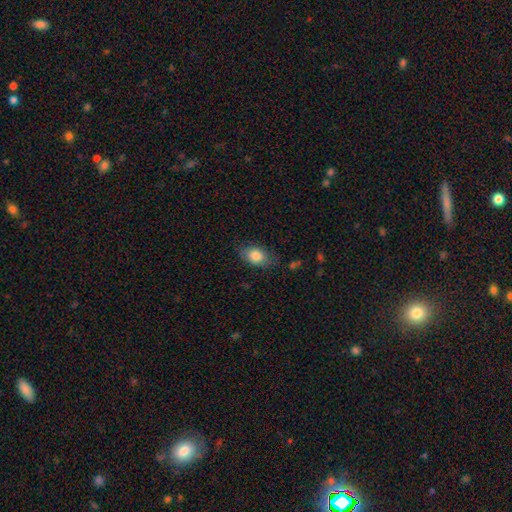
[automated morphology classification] This is clearly a smooth galaxy (83%). How rounded: clearly in between (84%). Merging: likely none (76%).